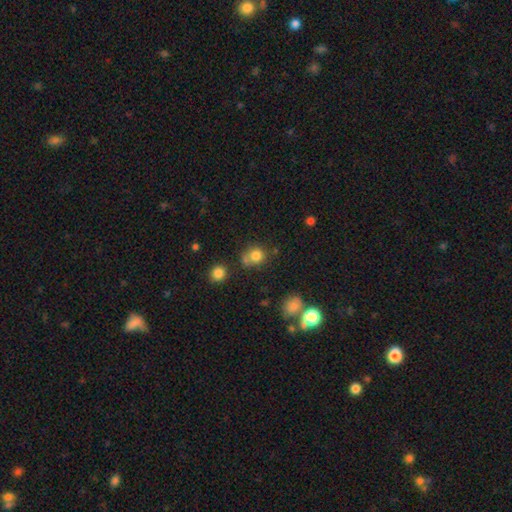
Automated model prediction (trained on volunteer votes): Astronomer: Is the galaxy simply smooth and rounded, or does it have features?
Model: smooth — 80%.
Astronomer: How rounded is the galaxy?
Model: round — 83%.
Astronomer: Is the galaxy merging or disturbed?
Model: none — 59%.